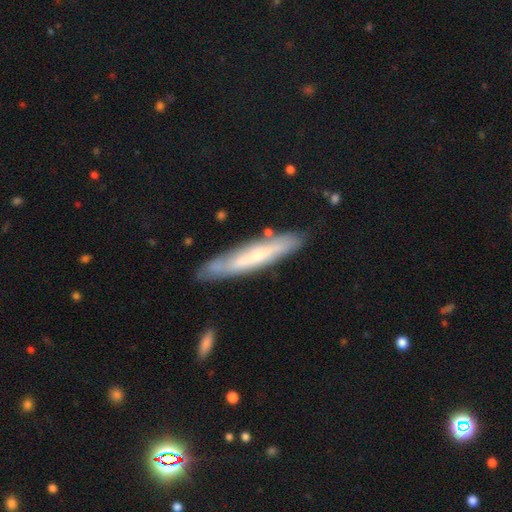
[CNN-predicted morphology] Overall: featured or disk (51%; smooth 43%). Edge-on disk: yes (71%). Merging: none (79%).